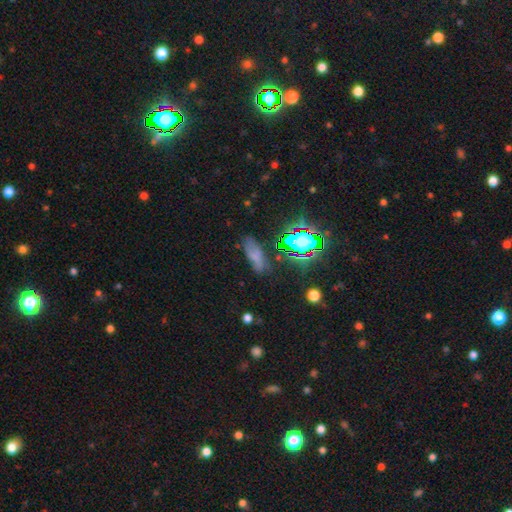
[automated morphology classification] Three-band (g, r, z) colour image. It shows a smooth galaxy with no disk features (55%) that is in between round and cigar-shaped (68%). Merging: none (60%).